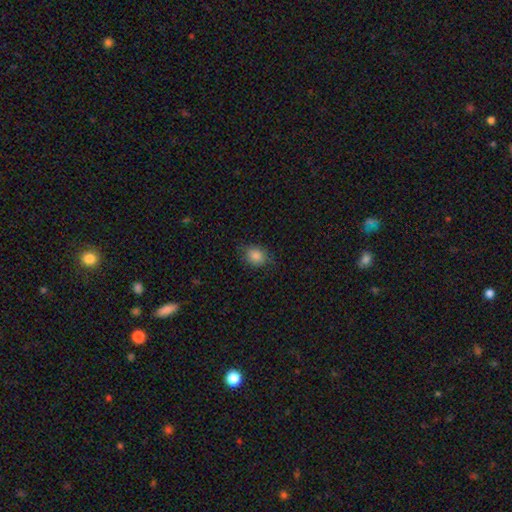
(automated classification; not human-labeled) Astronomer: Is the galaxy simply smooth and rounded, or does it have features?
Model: smooth — 85%.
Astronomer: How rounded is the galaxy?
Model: round — 61% (runner-up: in between, 38%).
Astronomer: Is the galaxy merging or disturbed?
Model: none — 81%.